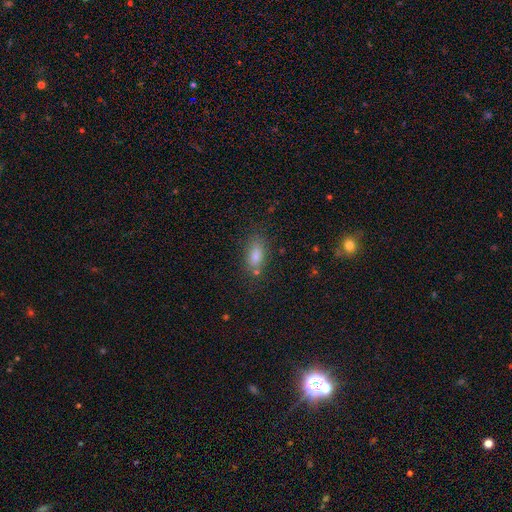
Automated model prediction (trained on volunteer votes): Smooth or featured?
  - smooth: 77% *
  - star or artifact: 13%
  - featured or disk: 10%
How rounded?
  - in between: 81% *
  - cigar-shaped: 12%
  - round: 7%
Merging?
  - none: 74% *
  - minor disturbance: 14%
  - merger: 7%
  - major disturbance: 4%